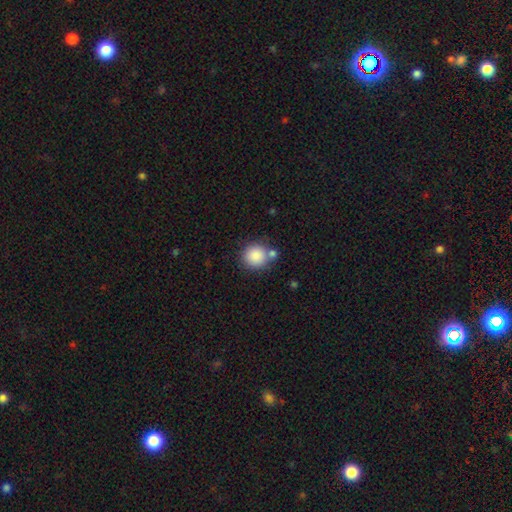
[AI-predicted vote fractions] Smooth or featured?
  - smooth: 87% *
  - star or artifact: 9%
  - featured or disk: 5%
How rounded?
  - round: 91% *
  - in between: 8%
  - cigar-shaped: 1%
Merging?
  - none: 70% *
  - merger: 16%
  - minor disturbance: 11%
  - major disturbance: 4%